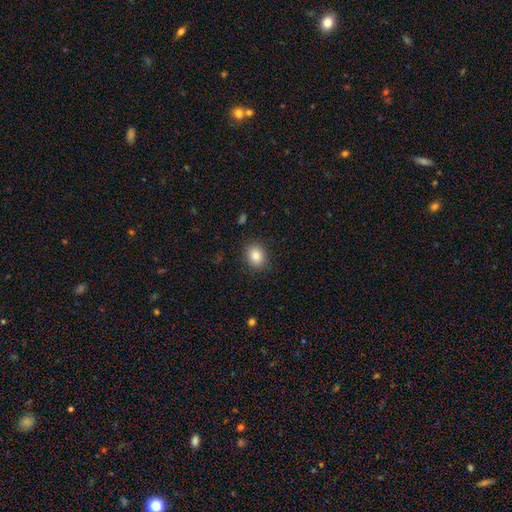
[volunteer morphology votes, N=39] A smooth galaxy with no disk features (92%) that is in between round and cigar-shaped (53%). Merging: none (87%).